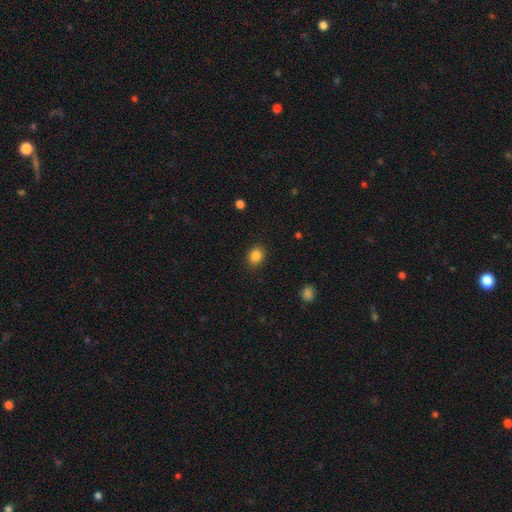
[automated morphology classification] smooth_or_featured: smooth (p=0.85) [alt: star or artifact p=0.10]
how_rounded: round (p=0.55) [alt: in between p=0.44]
merging: none (p=0.88) [alt: minor disturbance p=0.08]